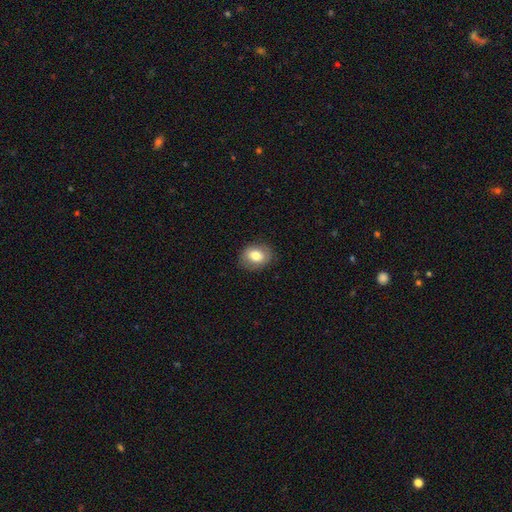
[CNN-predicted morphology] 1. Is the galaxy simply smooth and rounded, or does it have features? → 77% smooth, 16% featured or disk, 8% star or artifact.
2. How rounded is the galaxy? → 58% in between, 41% round, 1% cigar-shaped.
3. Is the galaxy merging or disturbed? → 84% none, 12% minor disturbance, 3% major disturbance, 1% merger.